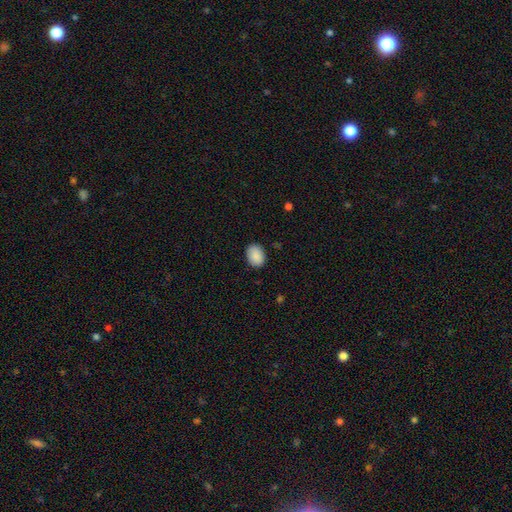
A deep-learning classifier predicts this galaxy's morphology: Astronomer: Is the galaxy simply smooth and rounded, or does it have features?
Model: smooth — 89%.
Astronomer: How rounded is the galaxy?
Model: in between — 75%.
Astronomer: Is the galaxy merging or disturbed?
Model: none — 86%.